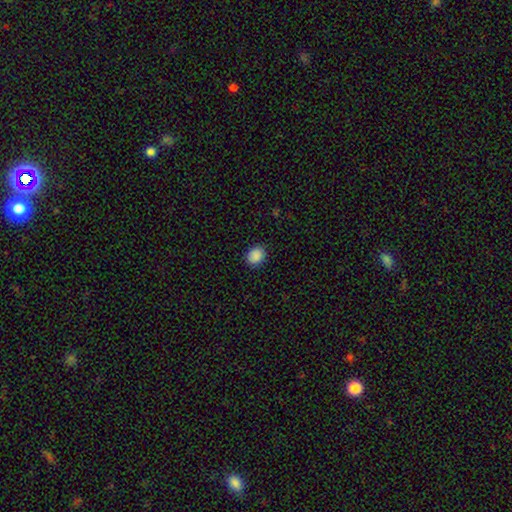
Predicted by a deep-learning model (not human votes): This appears to be a smooth galaxy with no disk features (89%) that is round (51%). Merging: none (89%).